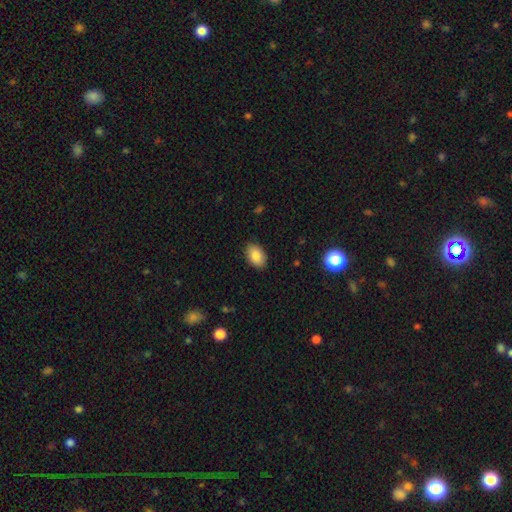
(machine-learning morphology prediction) A smooth galaxy with no disk features (86%) that is in between round and cigar-shaped (89%). Merging: none (88%).